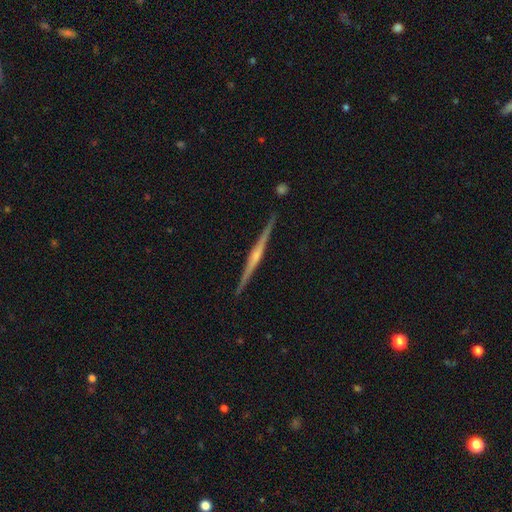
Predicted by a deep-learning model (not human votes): smooth-or-featured: featured or disk: 82% | smooth: 12% | star or artifact: 5%
  disk-edge-on: yes: 99% | no: 1%
    edge-on-bulge: rounded: 66% | none: 21% | boxy: 13%
  merging: none: 92% | minor disturbance: 6% | major disturbance: 1% | merger: 1%